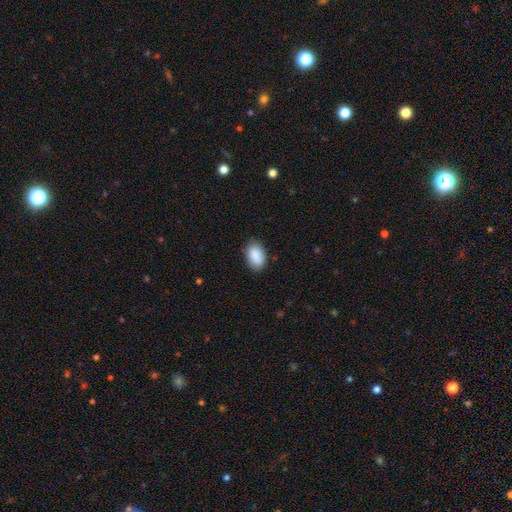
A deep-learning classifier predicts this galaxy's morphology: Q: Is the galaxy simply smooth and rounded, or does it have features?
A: smooth — 90%.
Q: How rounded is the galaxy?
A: in between — 91%.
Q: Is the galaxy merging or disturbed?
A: none — 83%.